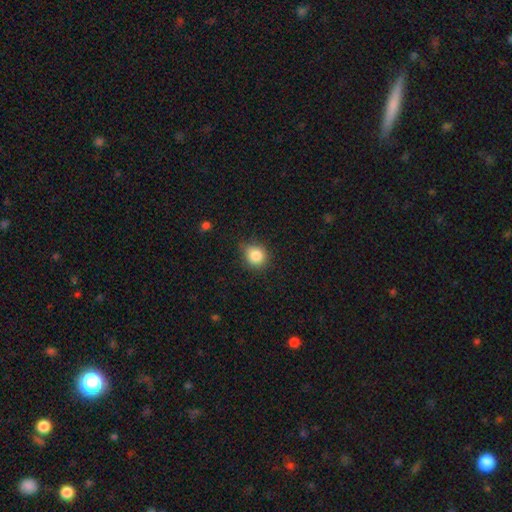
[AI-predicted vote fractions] Overall: smooth (84%). How rounded: round (81%). Merging: none (76%).